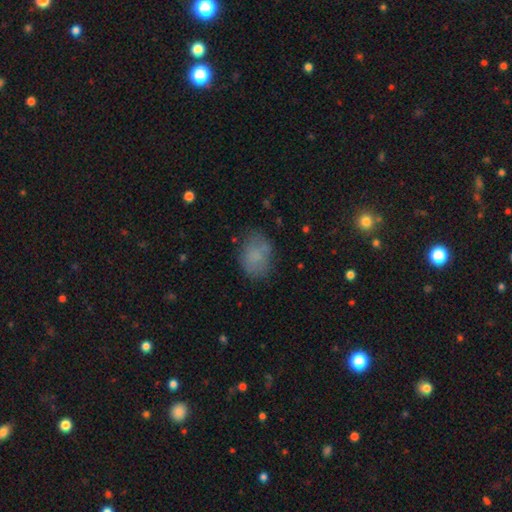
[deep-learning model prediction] Smooth or featured?
  - smooth: 75% *
  - featured or disk: 14%
  - star or artifact: 10%
How rounded?
  - in between: 73% *
  - round: 26%
  - cigar-shaped: 1%
Merging?
  - none: 66% *
  - minor disturbance: 22%
  - major disturbance: 9%
  - merger: 3%